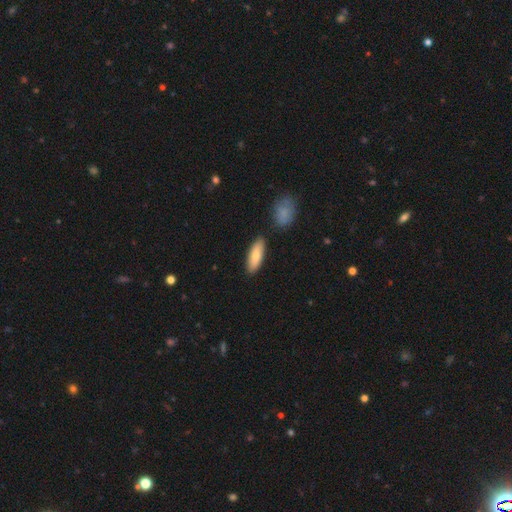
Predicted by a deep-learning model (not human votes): The model was most divided on "how rounded": in between: 63%, cigar-shaped: 35%, round: 2%. More confident: merging — none (81%); smooth or featured — smooth (80%).